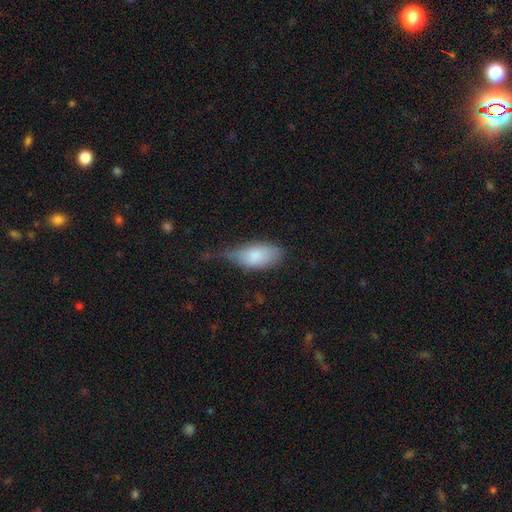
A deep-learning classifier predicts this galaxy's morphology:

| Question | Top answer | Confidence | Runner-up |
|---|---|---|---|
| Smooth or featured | smooth | 81% | featured or disk (12%) |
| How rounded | in between | 92% | cigar-shaped (5%) |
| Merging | minor disturbance | 46% | none (29%) |